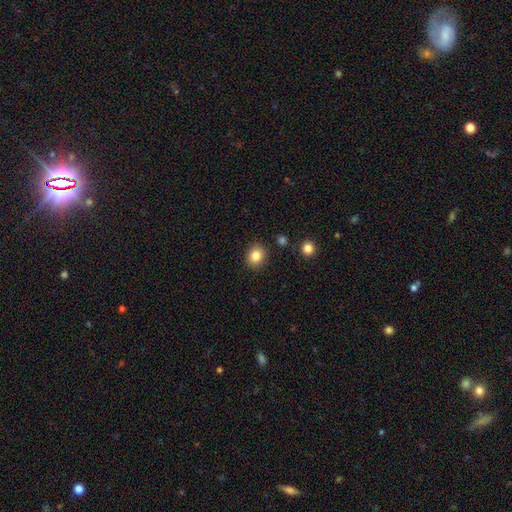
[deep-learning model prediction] Smooth or featured? Predicted: smooth (p=0.84). How rounded? Predicted: round (p=0.67). Merging? Predicted: none (p=0.88).